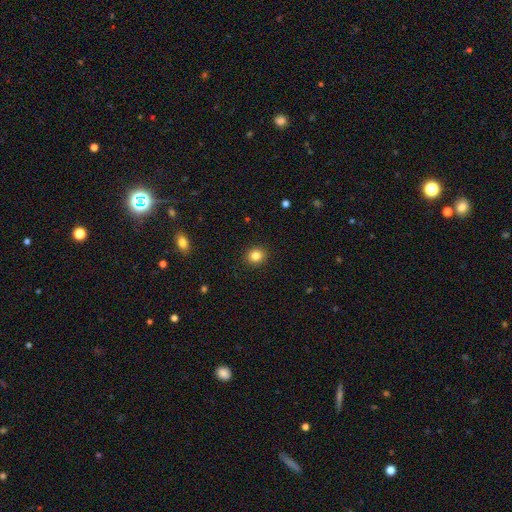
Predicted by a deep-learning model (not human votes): Smooth or featured? Predicted: smooth (p=0.83). How rounded? Predicted: round (p=0.82). Merging? Predicted: none (p=0.92).